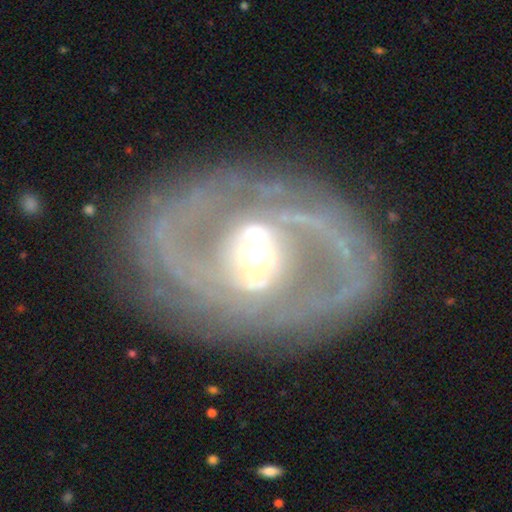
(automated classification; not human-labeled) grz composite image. It shows a featured or disk galaxy (88%) with a weak bar (40%), 2 (79%) medium (45%) spiral arms (91%) and a moderate central bulge (64%). Merging: none (79%).